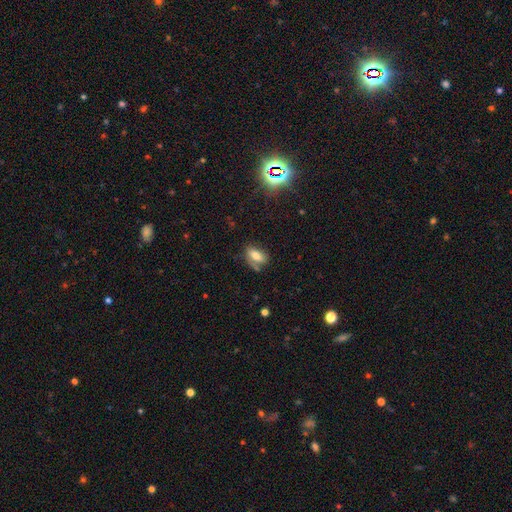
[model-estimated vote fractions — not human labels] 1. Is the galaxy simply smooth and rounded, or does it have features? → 66% smooth, 23% featured or disk, 11% star or artifact.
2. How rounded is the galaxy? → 84% in between, 8% round, 8% cigar-shaped.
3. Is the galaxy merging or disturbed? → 60% none, 23% minor disturbance, 10% major disturbance, 8% merger.